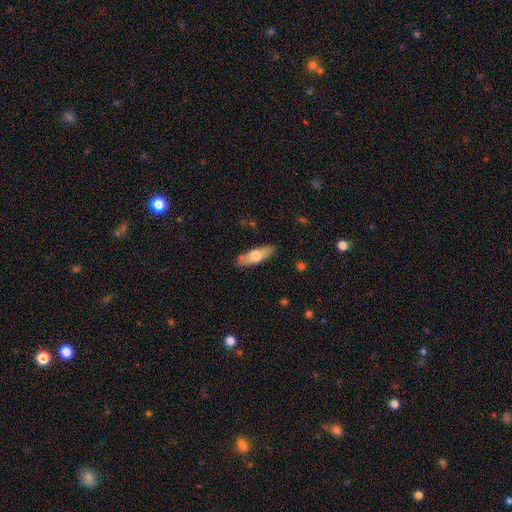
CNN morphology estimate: The model was most divided on "how rounded": in between: 60%, cigar-shaped: 38%, round: 2%. More confident: merging — none (82%); smooth or featured — smooth (64%).